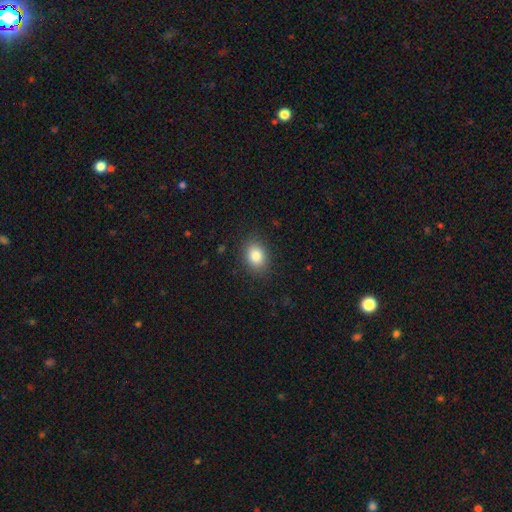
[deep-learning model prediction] smooth 85%, star or artifact 9%, featured or disk 6%. Down the decision tree: how rounded — in between (65%); merging — none (87%).